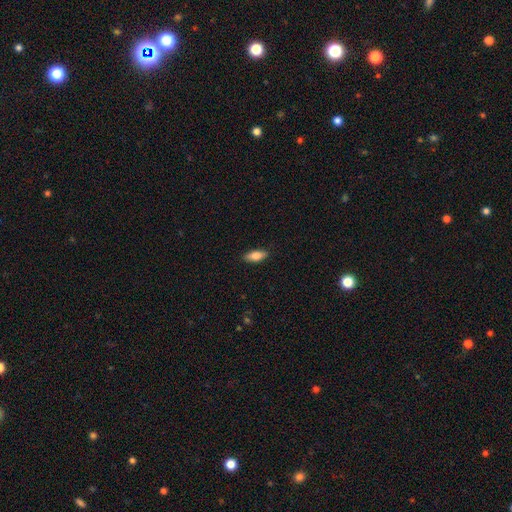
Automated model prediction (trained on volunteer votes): A smooth galaxy with no disk features (80%) that is in between round and cigar-shaped (78%). Merging: none (88%).